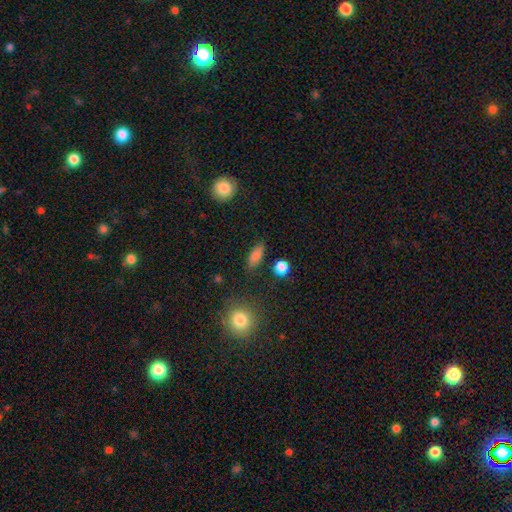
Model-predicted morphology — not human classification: smooth 81%, star or artifact 10%, featured or disk 9%. Down the decision tree: how rounded — in between (77%); merging — none (83%).